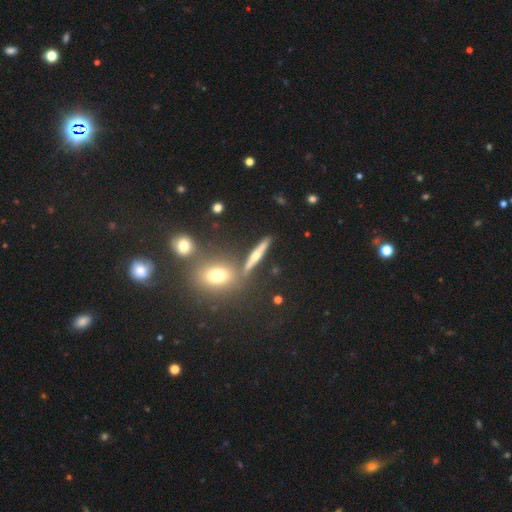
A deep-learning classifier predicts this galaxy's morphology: smooth-or-featured: featured or disk: 52% | smooth: 36% | star or artifact: 12%
  disk-edge-on: yes: 88% | no: 12%
  merging: none: 78% | merger: 9% | minor disturbance: 9% | major disturbance: 4%